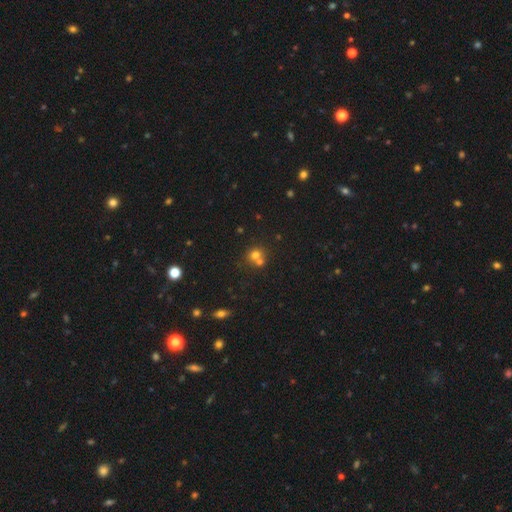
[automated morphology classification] Smooth or featured? Predicted: smooth (p=0.67). How rounded? Predicted: round (p=0.81). Merging? Predicted: merger (p=0.49).